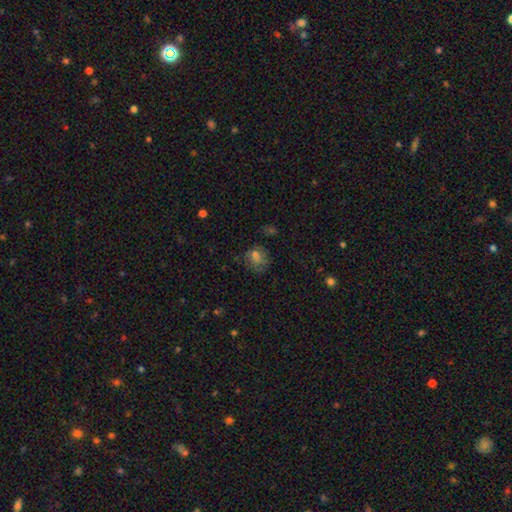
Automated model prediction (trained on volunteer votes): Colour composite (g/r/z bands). It shows a smooth galaxy with no disk features (60%) that is round (64%). Merging: none (60%).